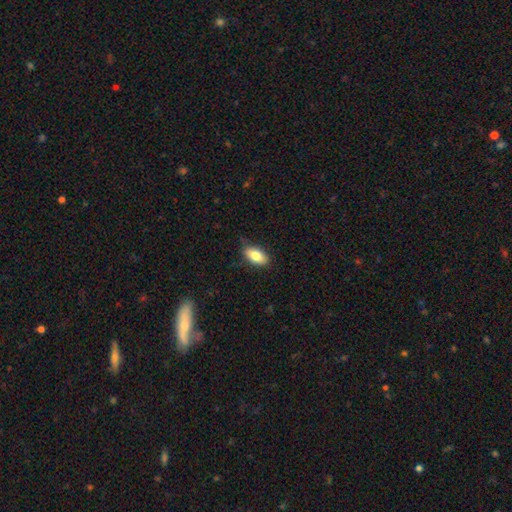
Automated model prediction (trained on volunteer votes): Overall: smooth (81%). How rounded: in between (90%). Merging: none (79%).